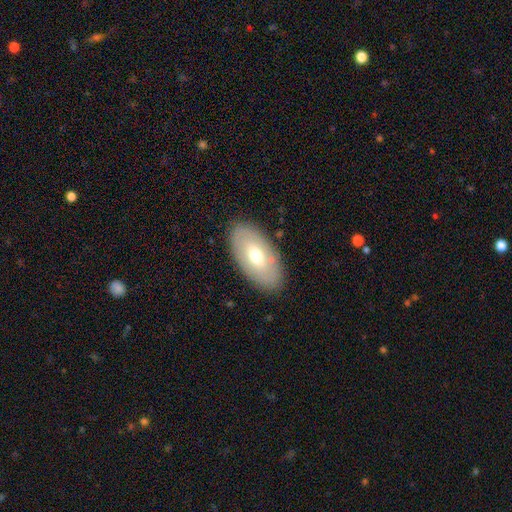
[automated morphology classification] smooth-or-featured: smooth: 55% | featured or disk: 38% | star or artifact: 6%
  how-rounded: in between: 94% | round: 3% | cigar-shaped: 3%
  merging: none: 86% | minor disturbance: 10% | major disturbance: 3% | merger: 1%